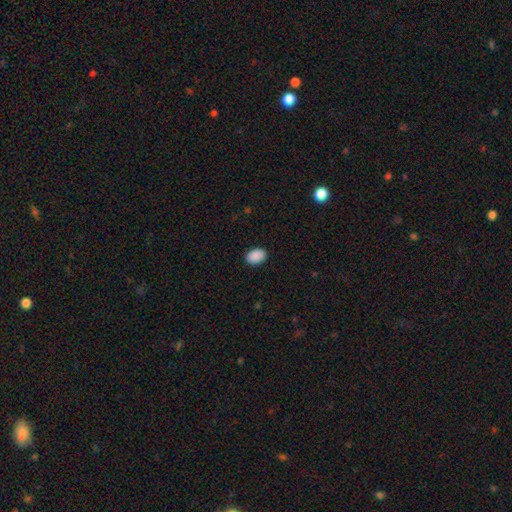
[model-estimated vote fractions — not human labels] Smooth or featured? smooth (91%)
How rounded? in between (85%)
Merging? none (90%)